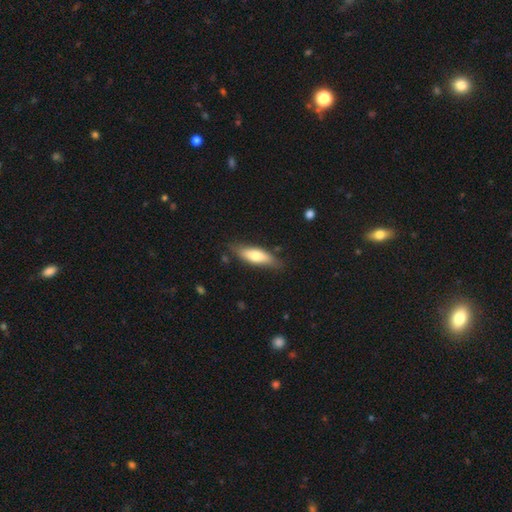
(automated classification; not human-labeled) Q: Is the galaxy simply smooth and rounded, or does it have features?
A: smooth — 66%.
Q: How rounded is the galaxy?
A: in between — 58%.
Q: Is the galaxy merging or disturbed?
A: none — 78%.